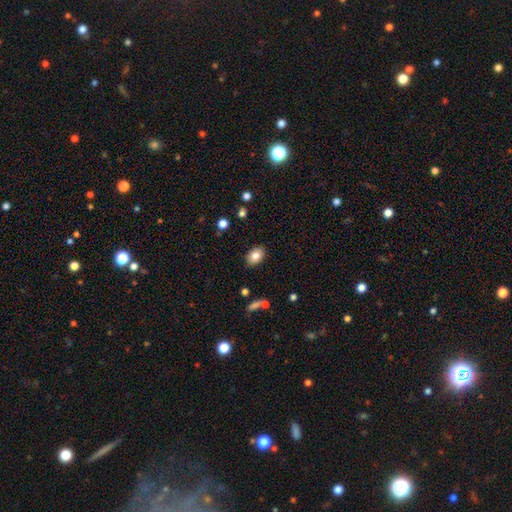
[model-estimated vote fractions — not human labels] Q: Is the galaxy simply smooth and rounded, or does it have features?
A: smooth — 82%.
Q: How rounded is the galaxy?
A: in between — 83%.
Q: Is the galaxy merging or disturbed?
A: none — 87%.